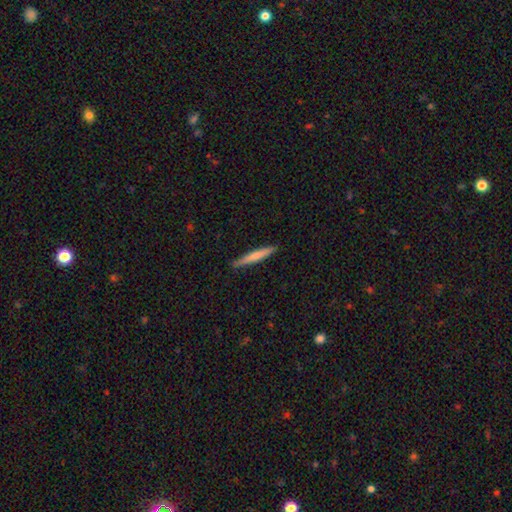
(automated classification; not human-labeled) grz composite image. It shows a smooth galaxy with no disk features (66%) that is cigar-shaped (95%). Merging: none (89%).